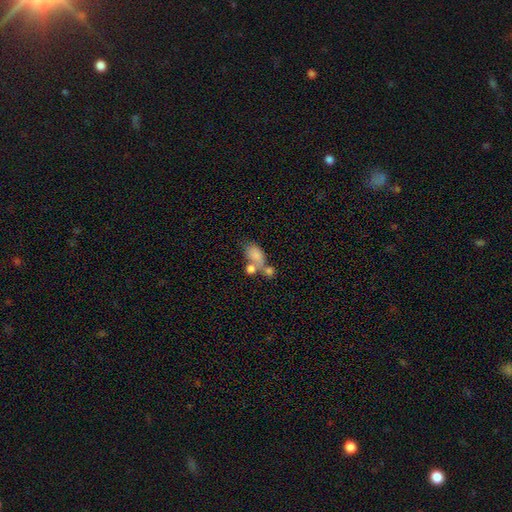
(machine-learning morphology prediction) Smooth or featured? smooth (75%)
How rounded? in between (82%)
Merging? merger (48%)